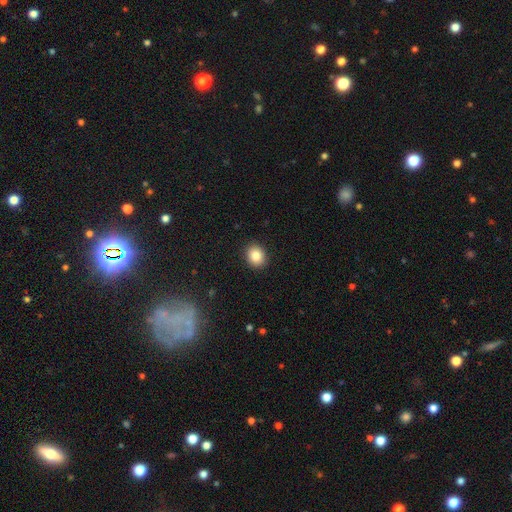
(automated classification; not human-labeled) This appears to be a smooth galaxy with no disk features (84%) that is round (66%). Merging: none (91%).